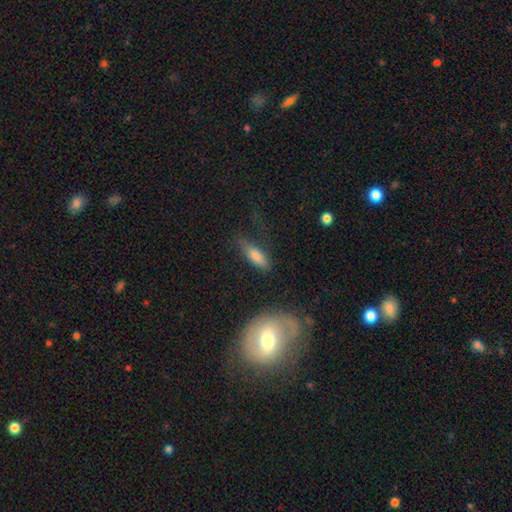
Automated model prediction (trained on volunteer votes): A smooth galaxy with no disk features (75%) that is in between round and cigar-shaped (58%). Merging: none (64%).